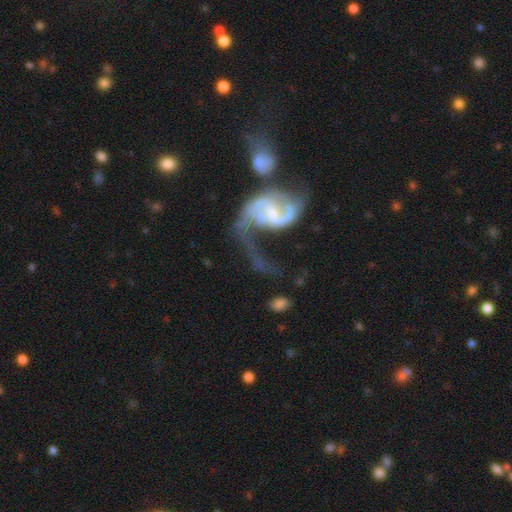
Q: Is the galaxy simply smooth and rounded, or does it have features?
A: featured or disk — 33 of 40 (82%).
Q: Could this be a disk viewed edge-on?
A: no — 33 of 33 (100%).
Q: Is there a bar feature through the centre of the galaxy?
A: weak — 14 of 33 (42%).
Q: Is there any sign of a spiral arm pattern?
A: yes — 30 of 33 (91%).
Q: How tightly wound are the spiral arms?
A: loose — 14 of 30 (47%).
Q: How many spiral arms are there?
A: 2 — 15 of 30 (50%).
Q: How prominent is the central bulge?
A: small — 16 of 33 (48%).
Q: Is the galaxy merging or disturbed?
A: merger — 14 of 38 (37%).